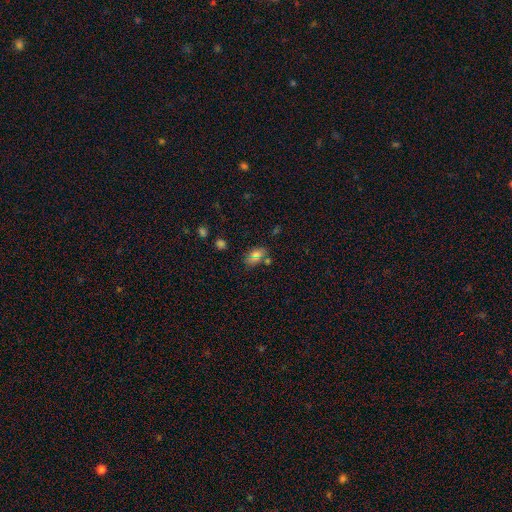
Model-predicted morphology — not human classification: A smooth galaxy with no disk features (65%) that is in between round and cigar-shaped (86%).

Vote fractions:
- Smooth or featured? smooth: 65% / star or artifact: 24% / featured or disk: 10%
- How rounded? in between: 86% / round: 10% / cigar-shaped: 4%
- Merging? none: 70% / minor disturbance: 17% / merger: 8% / major disturbance: 6%